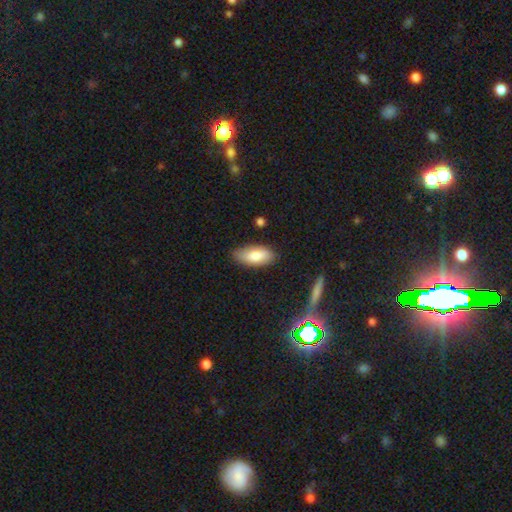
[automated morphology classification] Smooth or featured? Predicted: smooth (p=0.83). How rounded? Predicted: in between (p=0.87). Merging? Predicted: none (p=0.79).